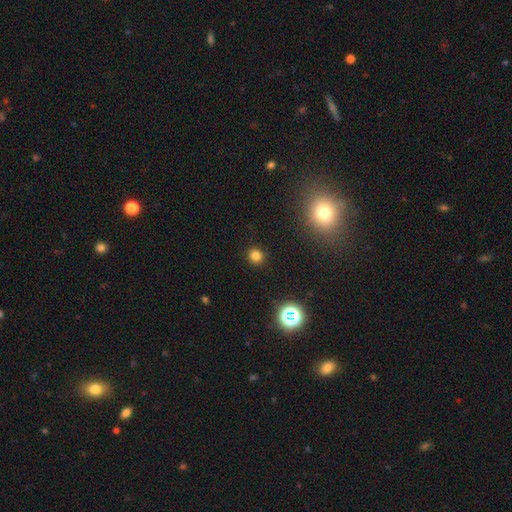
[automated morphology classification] The model was most divided on "smooth or featured": smooth: 77%, star or artifact: 18%, featured or disk: 5%. More confident: merging — none (90%); how rounded — round (89%).